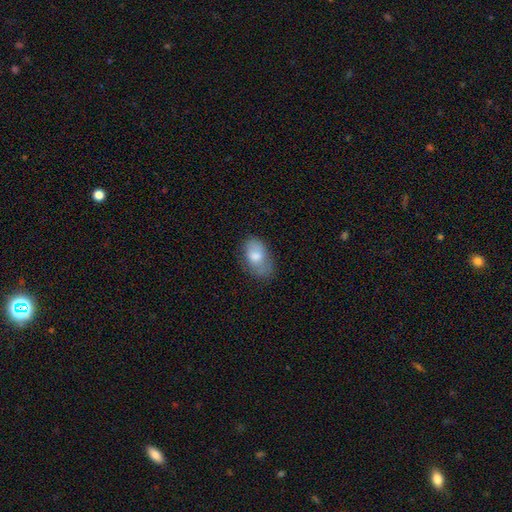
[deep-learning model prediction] Morphology: type=smooth (77%); roundness=in between (91%); merging=none (56%).